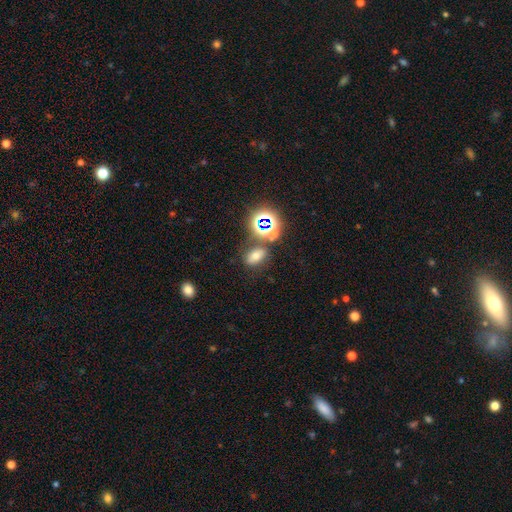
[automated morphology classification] smooth_or_featured: smooth (p=0.57) [alt: star or artifact p=0.30]
how_rounded: in between (p=0.76) [alt: round p=0.22]
merging: none (p=0.70) [alt: minor disturbance p=0.13]